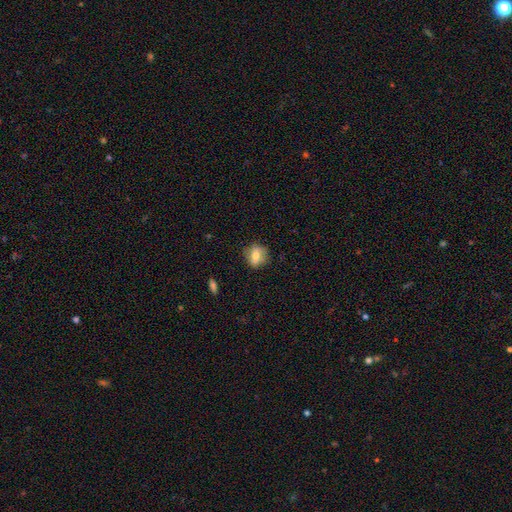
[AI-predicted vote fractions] The model was most divided on "how rounded": round: 63%, in between: 33%, cigar-shaped: 3%. More confident: merging — none (79%); smooth or featured — smooth (61%).